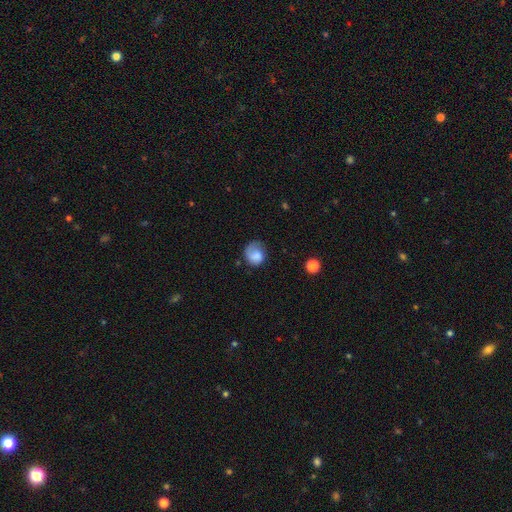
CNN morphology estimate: smooth-or-featured: smooth: 67% | featured or disk: 24% | star or artifact: 8%
  how-rounded: round: 70% | in between: 30% | cigar-shaped: 1%
  merging: none: 47% | minor disturbance: 26% | major disturbance: 24% | merger: 3%